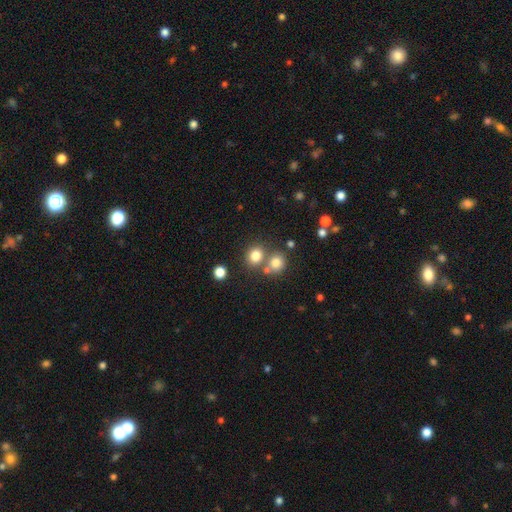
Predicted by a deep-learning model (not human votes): Overall: smooth (78%). How rounded: round (79%). Merging: none (62%; merger 26%).